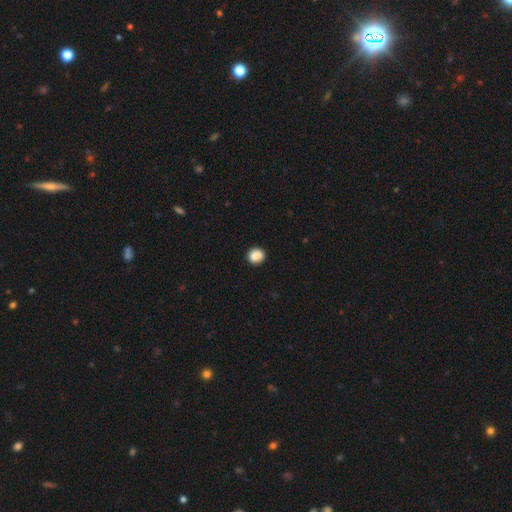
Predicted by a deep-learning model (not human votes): smooth 87%, star or artifact 9%, featured or disk 4%. Down the decision tree: how rounded — round (79%); merging — none (91%).